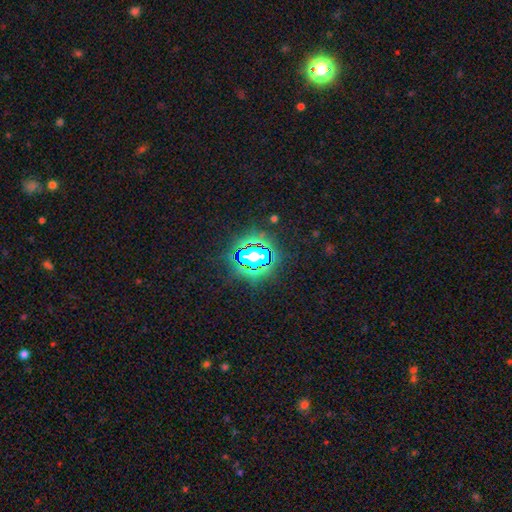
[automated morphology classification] This is clearly a star or artifact rather than a galaxy (83%).